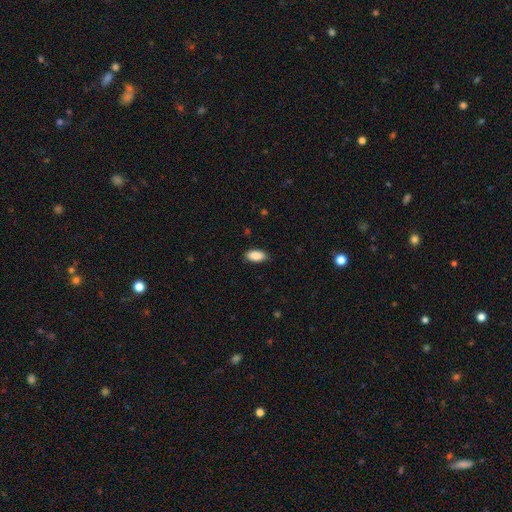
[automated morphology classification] smooth-or-featured: smooth: 89% | star or artifact: 7% | featured or disk: 4%
  how-rounded: in between: 92% | cigar-shaped: 5% | round: 3%
  merging: none: 85% | minor disturbance: 12% | major disturbance: 2% | merger: 1%